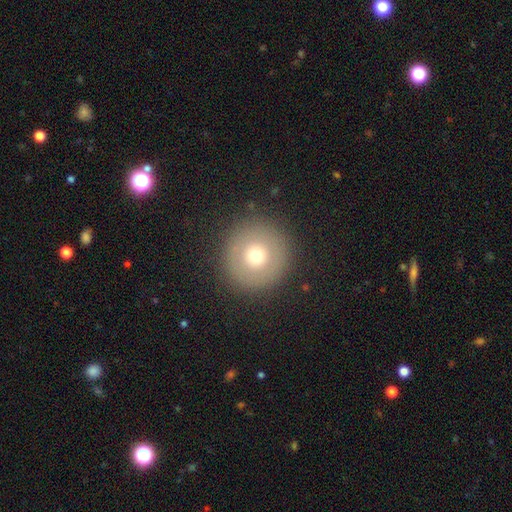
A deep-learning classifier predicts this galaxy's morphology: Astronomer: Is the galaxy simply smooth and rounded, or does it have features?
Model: smooth — 66%.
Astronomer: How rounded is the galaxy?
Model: round — 95%.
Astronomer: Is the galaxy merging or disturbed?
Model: none — 89%.